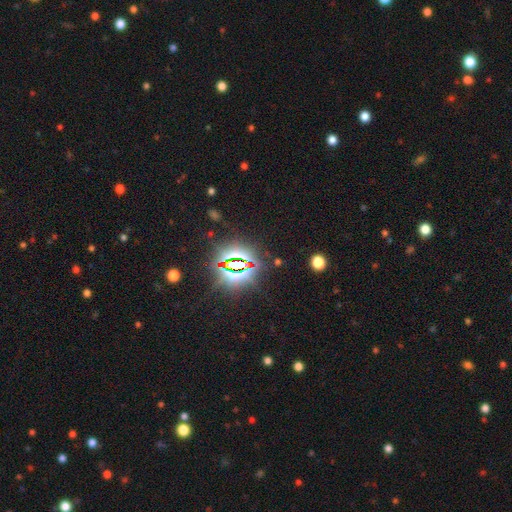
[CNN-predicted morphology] star or artifact 85%, smooth 9%, featured or disk 6%.